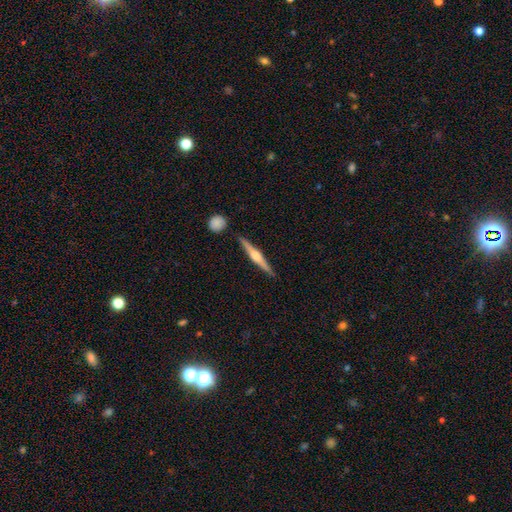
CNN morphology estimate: Smooth or featured? Predicted: featured or disk (p=0.74). Edge-on disk? Predicted: yes (p=0.98). Edge-on bulge? Predicted: rounded (p=0.85). Merging? Predicted: none (p=0.89).